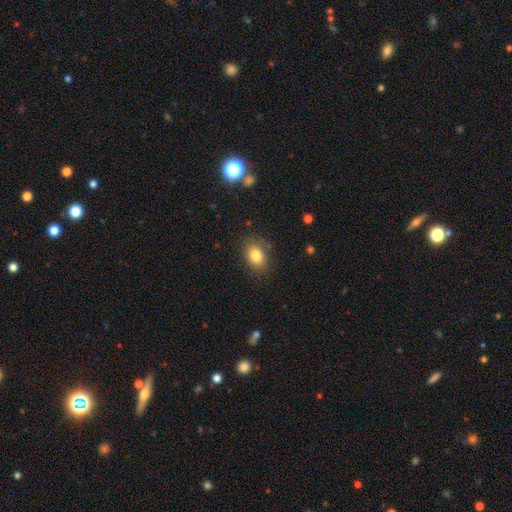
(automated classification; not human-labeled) smooth-or-featured: smooth: 82% | star or artifact: 10% | featured or disk: 8%
  how-rounded: in between: 71% | round: 28% | cigar-shaped: 1%
  merging: none: 82% | minor disturbance: 13% | major disturbance: 4% | merger: 2%